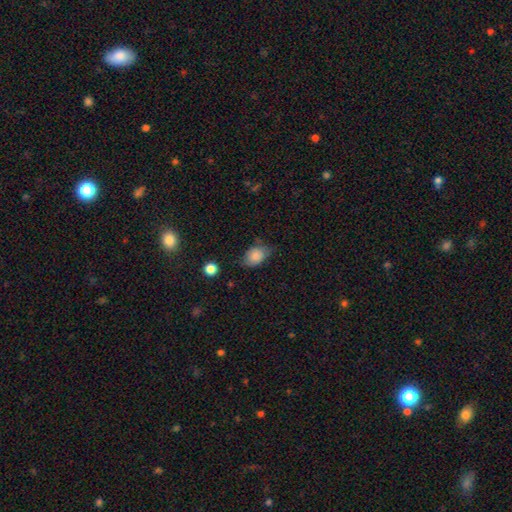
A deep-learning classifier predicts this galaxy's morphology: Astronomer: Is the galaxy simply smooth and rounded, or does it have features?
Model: smooth — 81%.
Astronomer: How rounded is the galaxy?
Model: in between — 73%.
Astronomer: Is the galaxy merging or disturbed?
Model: none — 57% (runner-up: minor disturbance, 33%).